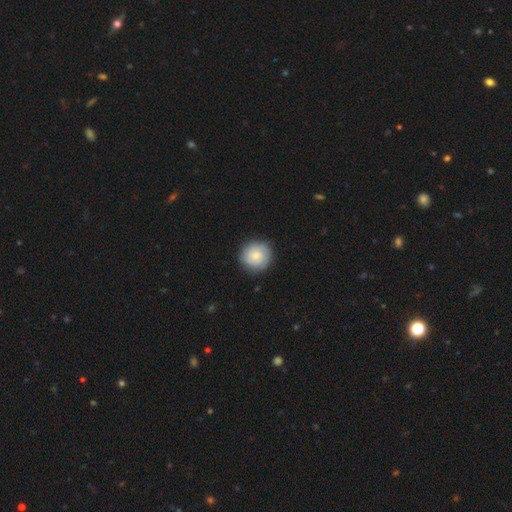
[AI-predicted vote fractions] Smooth or featured: smooth — 68% (featured or disk — 25%)
How rounded: round — 92% (in between — 7%)
Merging: none — 85% (minor disturbance — 11%)